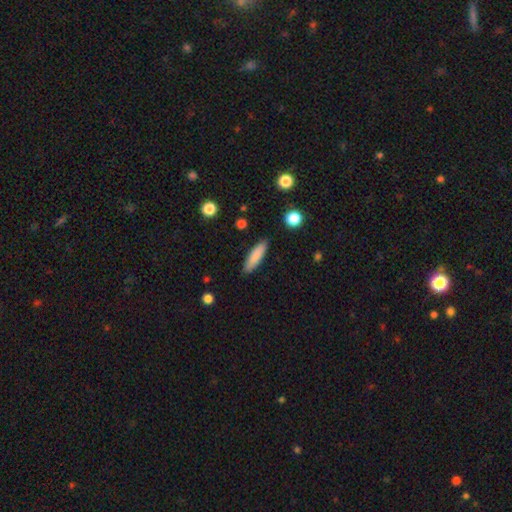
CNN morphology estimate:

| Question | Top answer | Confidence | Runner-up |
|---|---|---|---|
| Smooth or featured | smooth | 84% | featured or disk (10%) |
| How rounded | cigar-shaped | 71% | in between (28%) |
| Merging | none | 88% | minor disturbance (9%) |